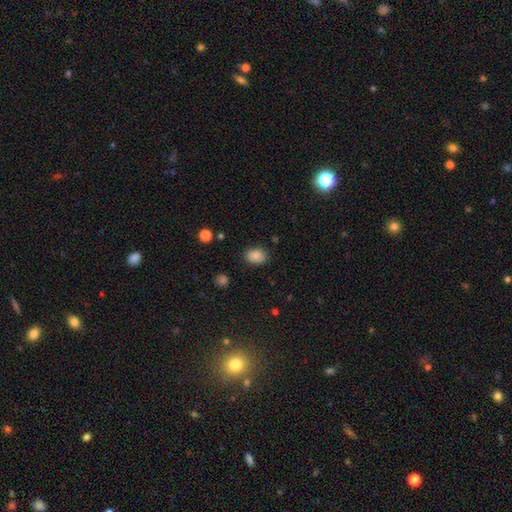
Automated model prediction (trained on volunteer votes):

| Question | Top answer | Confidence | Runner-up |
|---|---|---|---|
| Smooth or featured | smooth | 86% | star or artifact (9%) |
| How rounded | in between | 76% | round (23%) |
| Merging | none | 85% | minor disturbance (11%) |